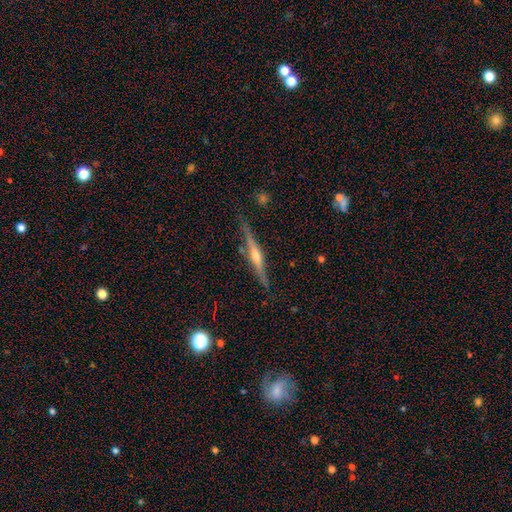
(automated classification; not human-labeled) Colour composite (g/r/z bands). It shows a featured or disk galaxy (76%) viewed edge-on (97%) with a rounded central bulge (82%). Merging: none (86%).